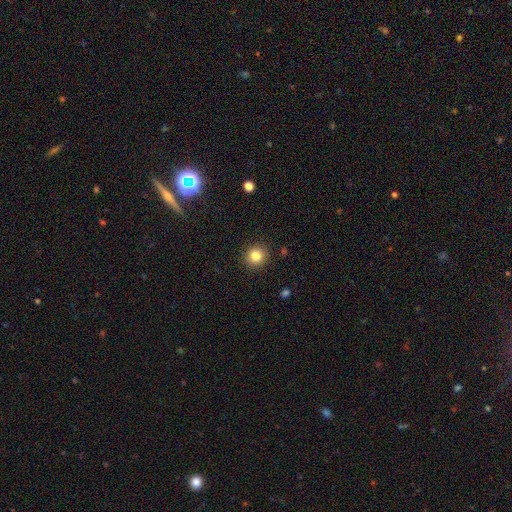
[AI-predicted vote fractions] Morphology: type=smooth (83%); roundness=round (91%); merging=none (91%).